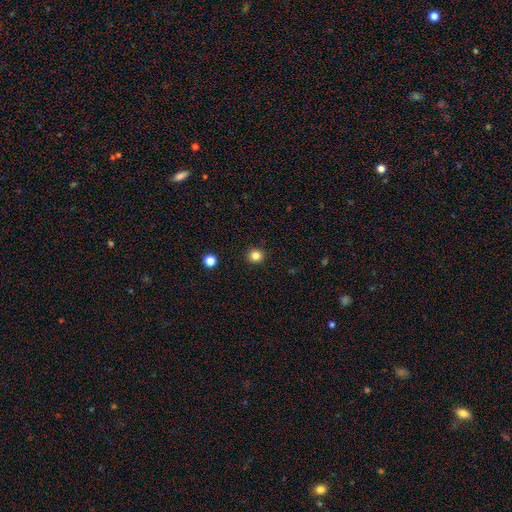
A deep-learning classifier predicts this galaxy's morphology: Smooth or featured: smooth — 83% (star or artifact — 12%)
How rounded: round — 88% (in between — 11%)
Merging: none — 92% (minor disturbance — 5%)